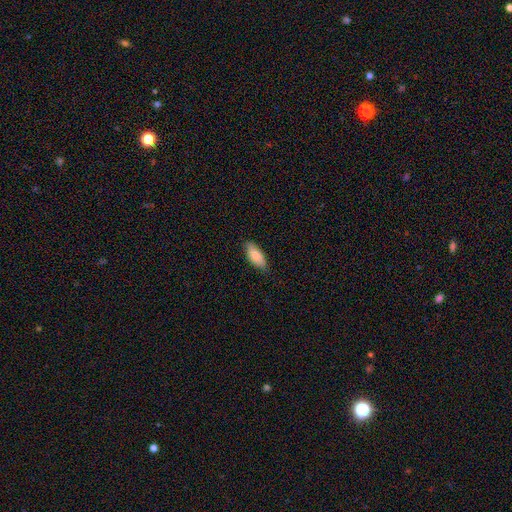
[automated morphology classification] Smooth or featured?
  - smooth: 81% *
  - featured or disk: 13%
  - star or artifact: 6%
How rounded?
  - in between: 84% *
  - cigar-shaped: 14%
  - round: 2%
Merging?
  - none: 80% *
  - minor disturbance: 16%
  - major disturbance: 2%
  - merger: 1%